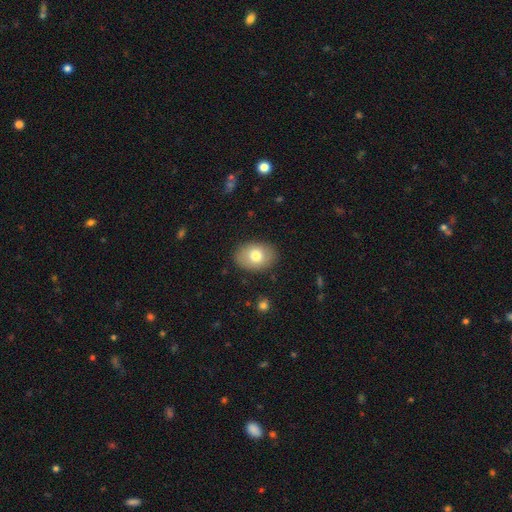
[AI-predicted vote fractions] Q: Smooth or featured?
A: smooth (76%); runner-up: featured or disk (17%)
Q: How rounded?
A: in between (79%); runner-up: round (20%)
Q: Merging?
A: none (86%); runner-up: minor disturbance (10%)